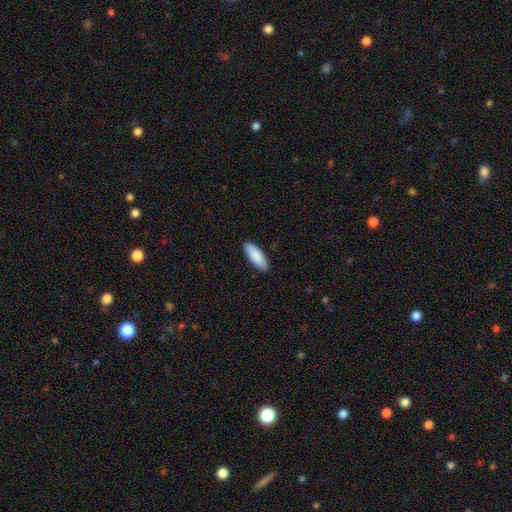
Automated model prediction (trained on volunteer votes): This appears to be a smooth galaxy with no disk features (90%) that is in between round and cigar-shaped (66%). Merging: none (88%).